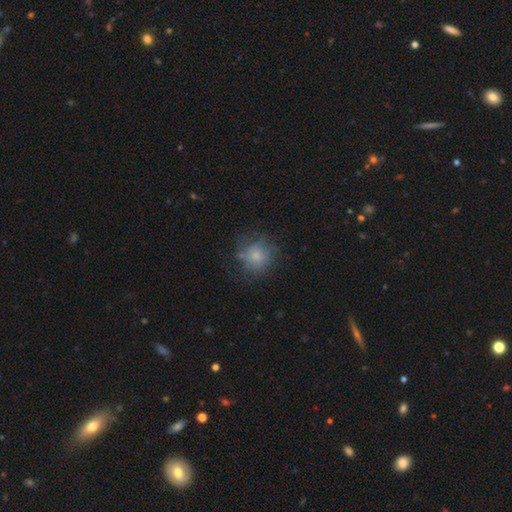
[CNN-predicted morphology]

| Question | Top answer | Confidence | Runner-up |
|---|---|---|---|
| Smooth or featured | smooth | 69% | featured or disk (20%) |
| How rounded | round | 87% | in between (13%) |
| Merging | none | 65% | minor disturbance (21%) |